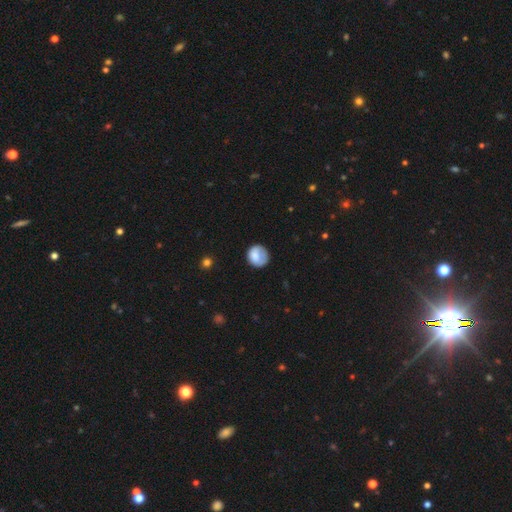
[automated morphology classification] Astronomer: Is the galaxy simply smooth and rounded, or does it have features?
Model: smooth — 76%.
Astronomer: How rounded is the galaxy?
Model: round — 80%.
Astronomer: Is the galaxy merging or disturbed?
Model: none — 62%.